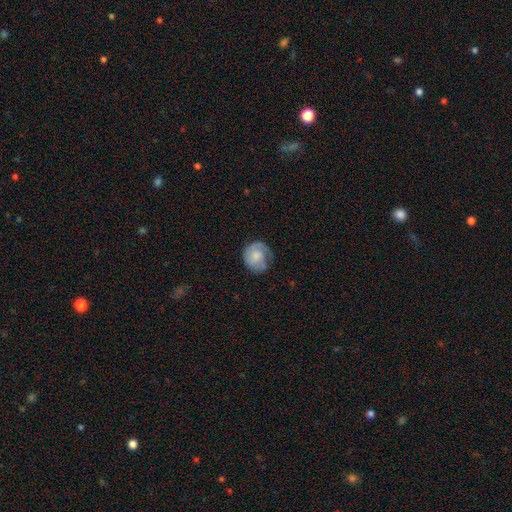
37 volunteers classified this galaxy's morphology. Smooth or featured? 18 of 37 (49%) said featured or disk. Edge-on disk? 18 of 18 (100%) said no. Bar? 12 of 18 (67%) said no. Spiral arms? 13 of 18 (72%) said yes. Spiral winding? 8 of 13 (62%) said medium. Spiral arm count? 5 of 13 (38%) said 2. Bulge size? 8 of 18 (44%) said moderate. Merging? 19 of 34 (56%) said none.